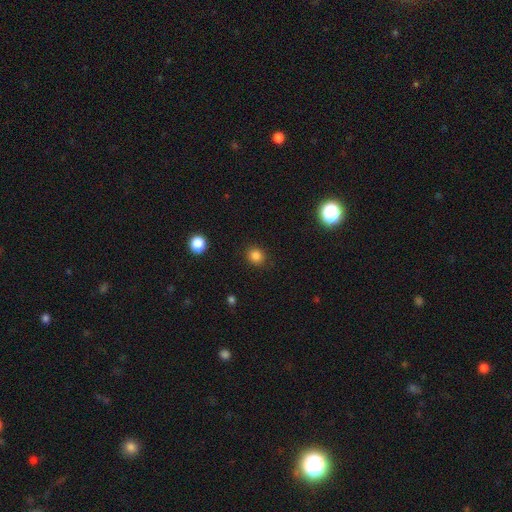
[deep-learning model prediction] A smooth galaxy with no disk features (83%) that is round (84%).

Vote fractions:
- Smooth or featured? smooth: 83% / star or artifact: 13% / featured or disk: 4%
- How rounded? round: 84% / in between: 15% / cigar-shaped: 1%
- Merging? none: 89% / minor disturbance: 7% / major disturbance: 3% / merger: 1%